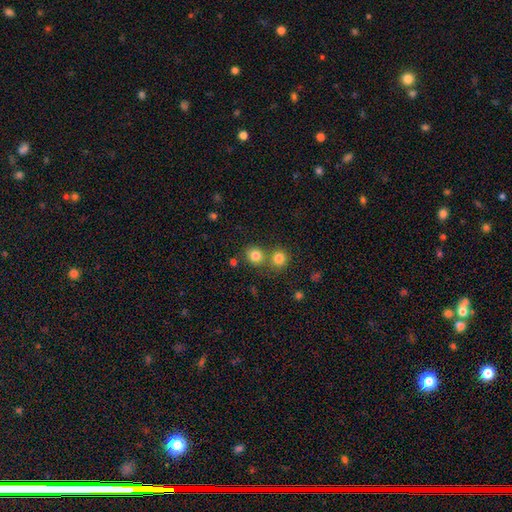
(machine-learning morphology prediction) This appears to be a smooth galaxy with no disk features (81%) that is round (82%). Merging: none (63%).